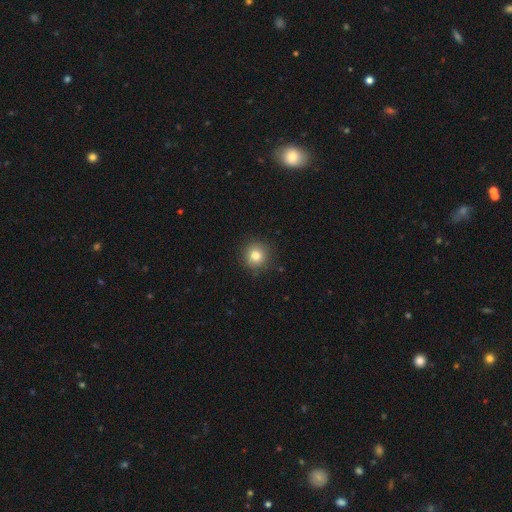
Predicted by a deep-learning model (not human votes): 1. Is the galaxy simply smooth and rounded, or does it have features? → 81% smooth, 12% star or artifact, 8% featured or disk.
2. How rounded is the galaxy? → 93% round, 6% in between, 1% cigar-shaped.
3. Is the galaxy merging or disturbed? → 89% none, 8% minor disturbance, 2% major disturbance, 1% merger.